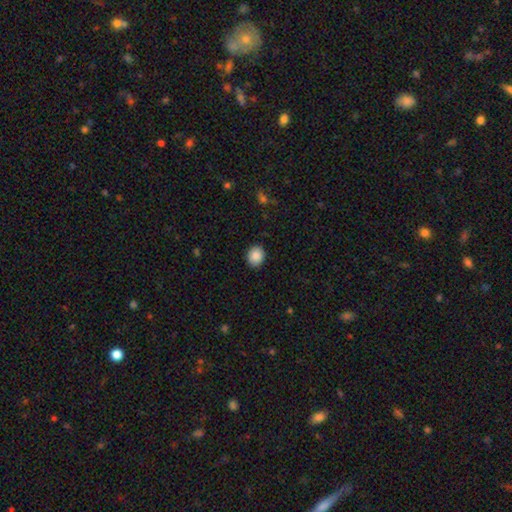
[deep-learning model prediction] Smooth or featured?
  - smooth: 88% *
  - star or artifact: 8%
  - featured or disk: 3%
How rounded?
  - round: 64% *
  - in between: 35%
  - cigar-shaped: 1%
Merging?
  - none: 90% *
  - minor disturbance: 7%
  - major disturbance: 2%
  - merger: 1%